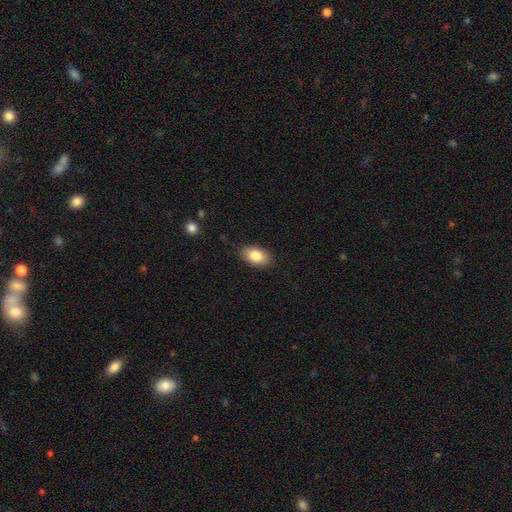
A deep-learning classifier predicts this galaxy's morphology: smooth_or_featured: smooth (p=0.83) [alt: featured or disk p=0.10]
how_rounded: in between (p=0.92) [alt: round p=0.06]
merging: none (p=0.85) [alt: minor disturbance p=0.11]